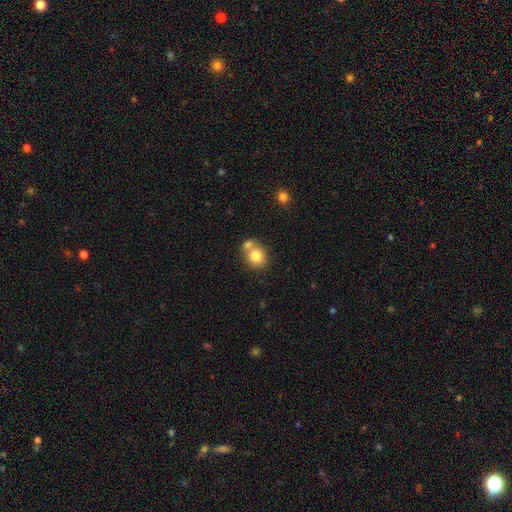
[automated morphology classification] smooth-or-featured: smooth: 80% | featured or disk: 11% | star or artifact: 9%
  how-rounded: round: 74% | in between: 25% | cigar-shaped: 1%
  merging: none: 46% | merger: 41% | minor disturbance: 10% | major disturbance: 3%